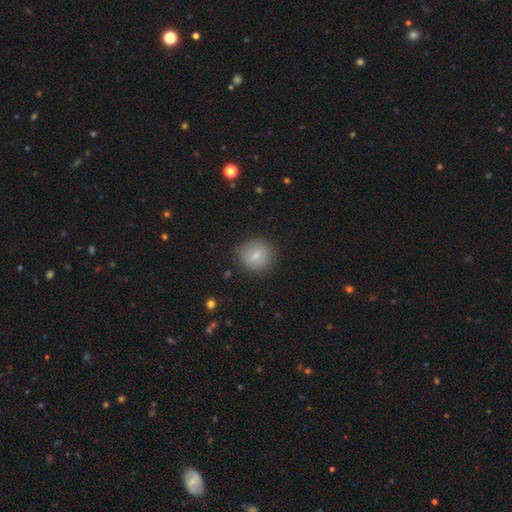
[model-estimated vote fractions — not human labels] smooth 79%, featured or disk 14%, star or artifact 8%. Down the decision tree: how rounded — round (83%); merging — none (83%).